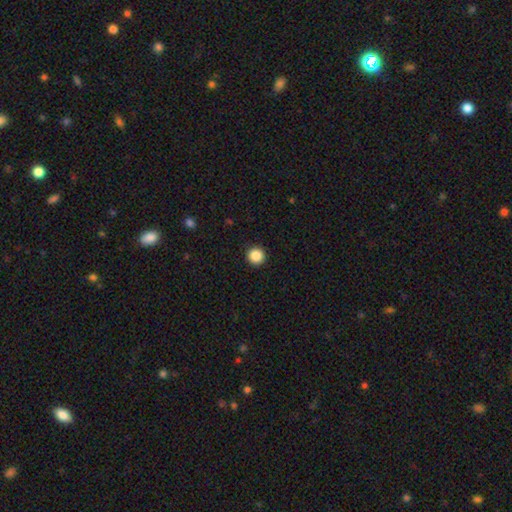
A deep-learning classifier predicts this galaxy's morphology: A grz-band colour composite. It shows a smooth galaxy with no disk features (87%) that is round (96%). Merging: none (93%).